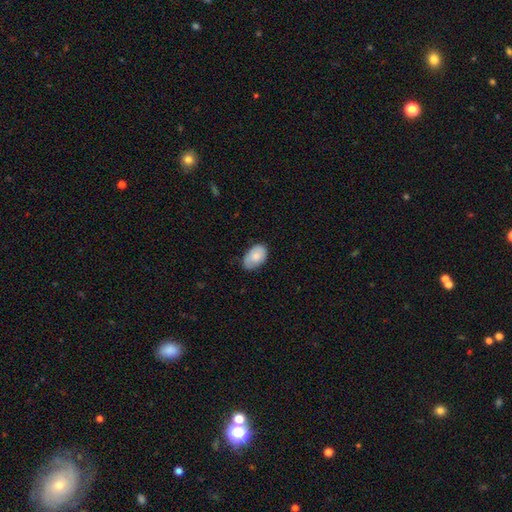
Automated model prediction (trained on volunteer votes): The model was most divided on "merging": none: 67%, minor disturbance: 27%, major disturbance: 4%, merger: 1%. More confident: how rounded — in between (91%); smooth or featured — smooth (77%).